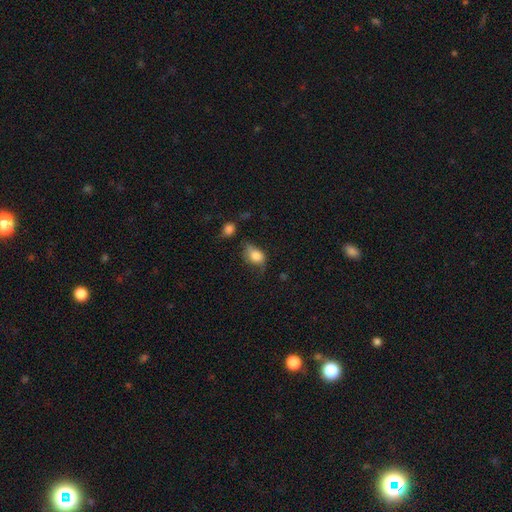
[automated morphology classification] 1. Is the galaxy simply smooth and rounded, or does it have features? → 77% smooth, 15% featured or disk, 9% star or artifact.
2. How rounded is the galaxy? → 75% in between, 23% round, 2% cigar-shaped.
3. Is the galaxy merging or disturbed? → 40% none, 37% minor disturbance, 18% major disturbance, 5% merger.